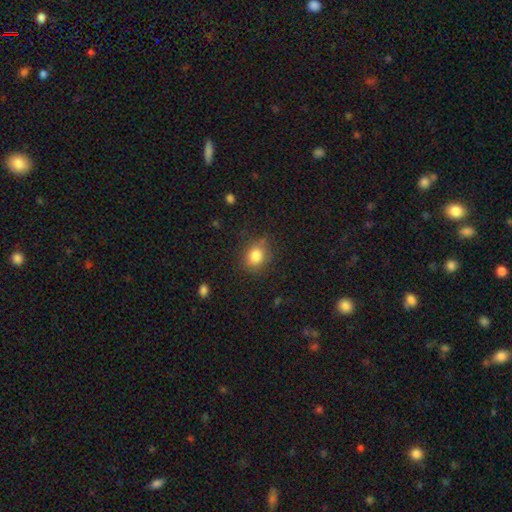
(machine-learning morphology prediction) This is clearly a smooth galaxy (83%). How rounded: likely round (63%). Merging: likely none (79%).